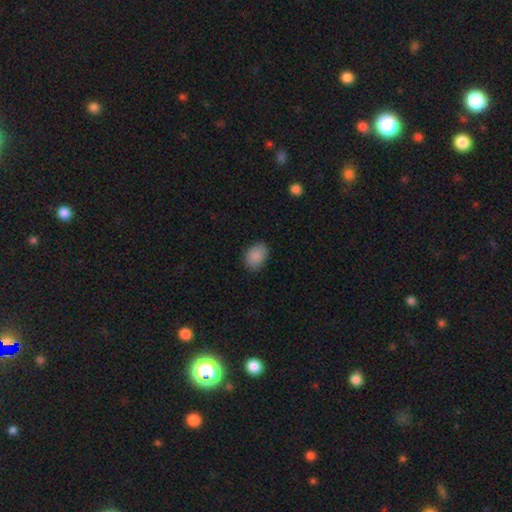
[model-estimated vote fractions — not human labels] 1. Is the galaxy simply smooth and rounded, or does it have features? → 88% smooth, 8% star or artifact, 4% featured or disk.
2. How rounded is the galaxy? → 75% in between, 24% round, 1% cigar-shaped.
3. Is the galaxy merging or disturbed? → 83% none, 14% minor disturbance, 3% major disturbance, 1% merger.